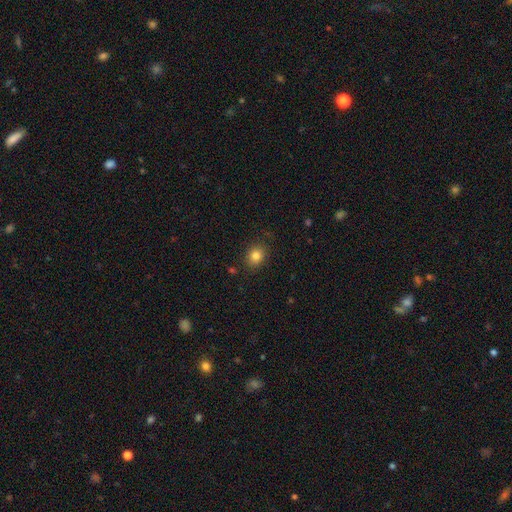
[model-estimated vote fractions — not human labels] The model was most divided on "how rounded": round: 57%, in between: 42%, cigar-shaped: 1%. More confident: merging — none (85%); smooth or featured — smooth (83%).